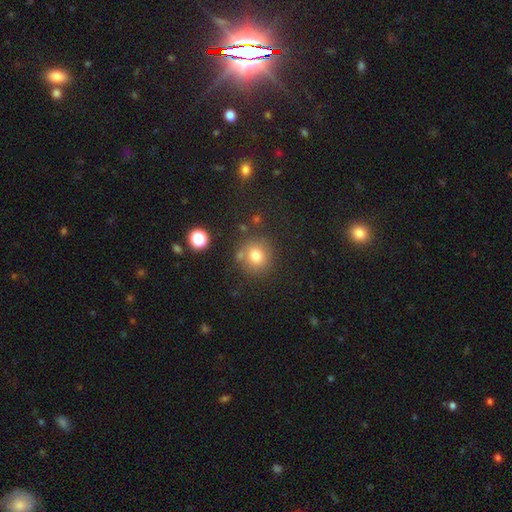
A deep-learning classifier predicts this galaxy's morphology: This appears to be a smooth galaxy with no disk features (77%) that is round (89%). Merging: none (75%).